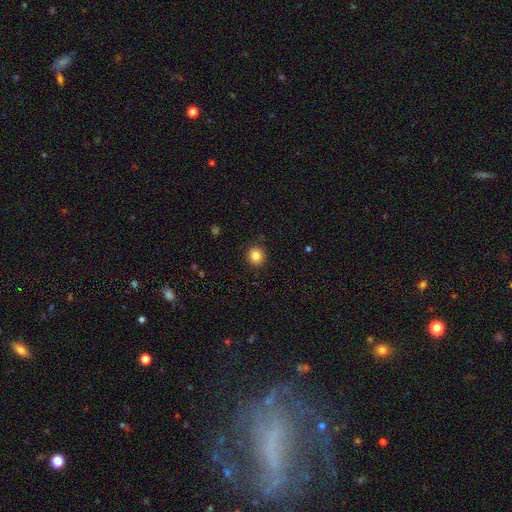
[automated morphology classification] Overall: smooth (85%). How rounded: round (91%). Merging: none (91%).